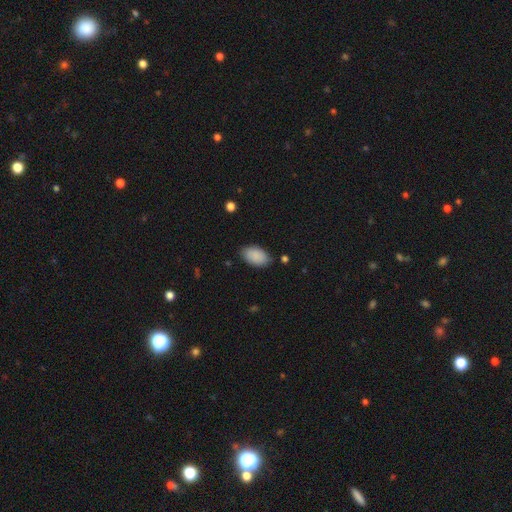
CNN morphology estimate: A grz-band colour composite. It shows a smooth galaxy with no disk features (89%) that is in between round and cigar-shaped (94%). Merging: none (83%).